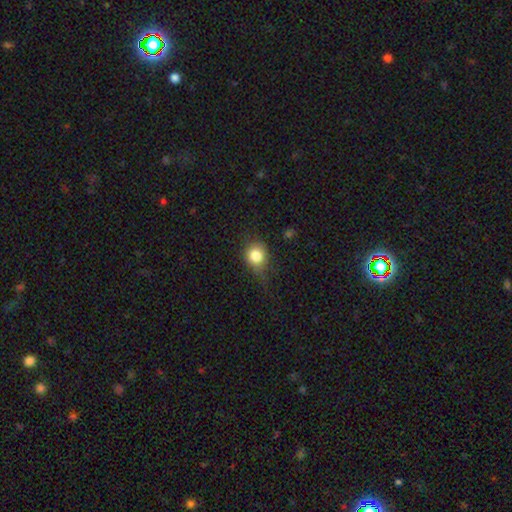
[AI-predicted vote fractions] A smooth galaxy with no disk features (82%) that is round (78%). Merging: none (61%).